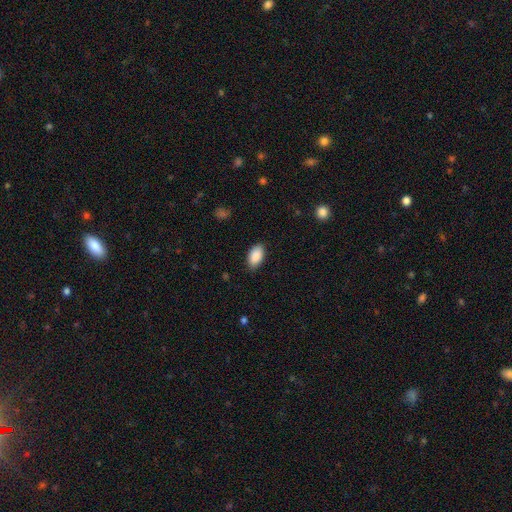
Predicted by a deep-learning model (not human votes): Smooth or featured: smooth — 90% (star or artifact — 6%)
How rounded: in between — 95% (round — 4%)
Merging: none — 86% (minor disturbance — 11%)